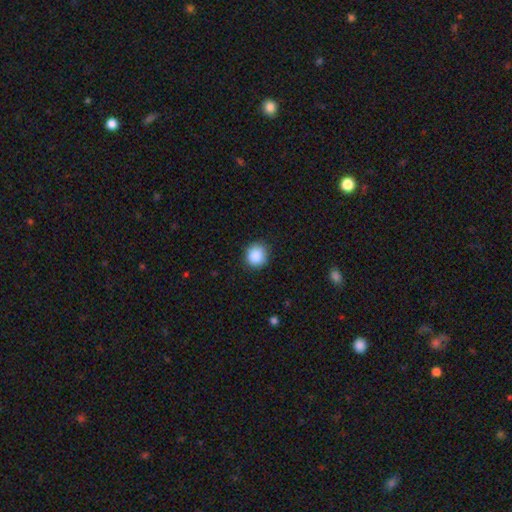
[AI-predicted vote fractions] smooth 88%, star or artifact 9%, featured or disk 3%. Down the decision tree: how rounded — round (88%); merging — none (87%).